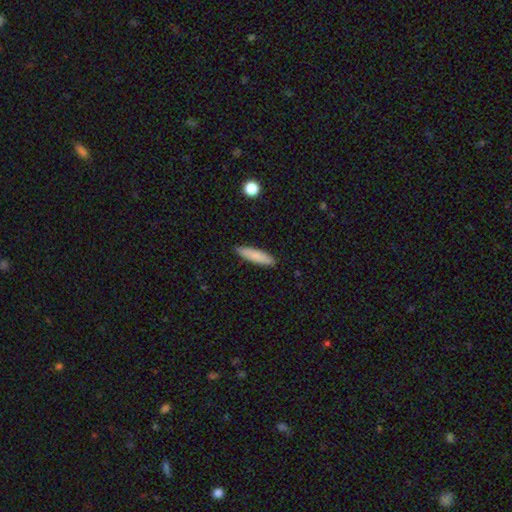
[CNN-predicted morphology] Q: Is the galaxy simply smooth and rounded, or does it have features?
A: smooth — 82%.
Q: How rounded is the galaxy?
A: cigar-shaped — 77%.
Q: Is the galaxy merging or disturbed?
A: none — 89%.